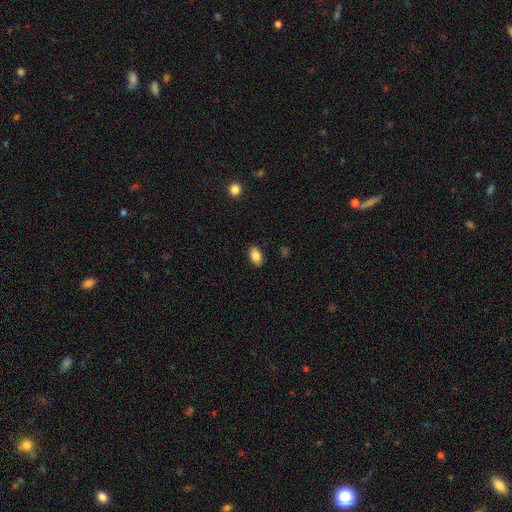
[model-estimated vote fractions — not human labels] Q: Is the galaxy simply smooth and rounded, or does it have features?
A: smooth — 86%.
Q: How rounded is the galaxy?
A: in between — 91%.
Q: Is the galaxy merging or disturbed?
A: none — 88%.